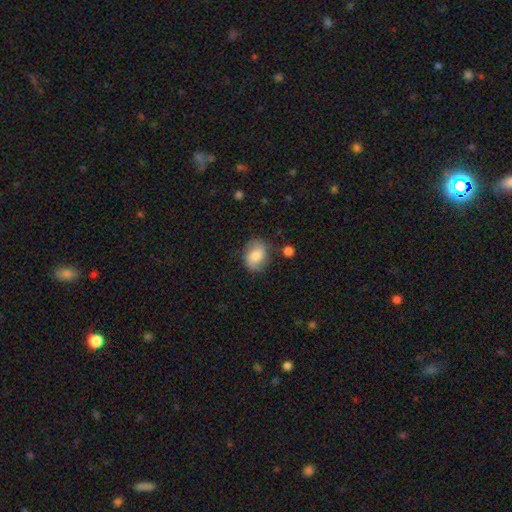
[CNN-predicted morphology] Q: Smooth or featured?
A: smooth (72%); runner-up: featured or disk (20%)
Q: How rounded?
A: in between (58%); runner-up: round (40%)
Q: Merging?
A: none (69%); runner-up: minor disturbance (21%)